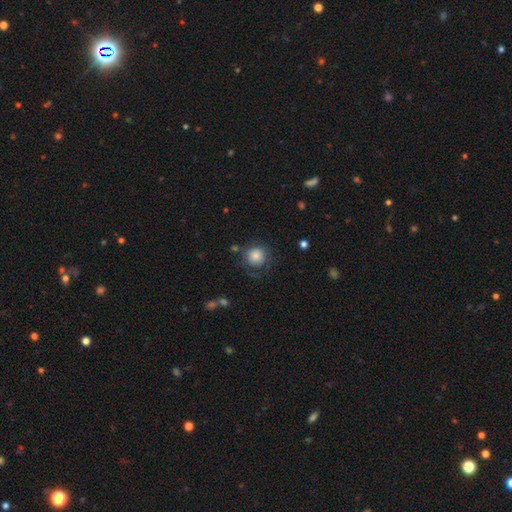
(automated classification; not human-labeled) Overall: smooth (81%). How rounded: round (90%). Merging: none (71%).